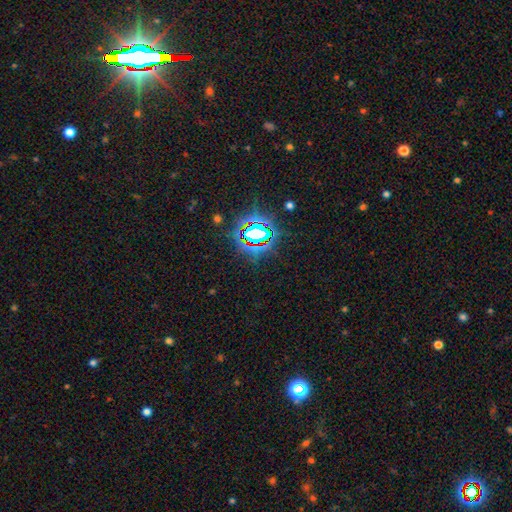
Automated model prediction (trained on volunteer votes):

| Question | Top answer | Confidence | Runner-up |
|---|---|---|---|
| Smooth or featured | star or artifact | 81% | smooth (11%) |